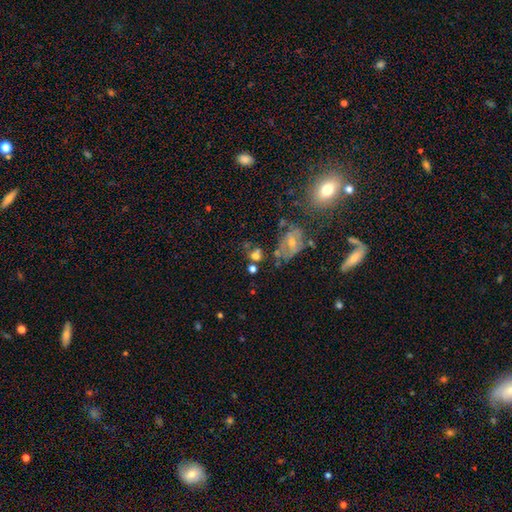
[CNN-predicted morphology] Q: Smooth or featured?
A: smooth (59%); runner-up: featured or disk (24%)
Q: How rounded?
A: round (63%); runner-up: in between (35%)
Q: Merging?
A: none (45%); runner-up: merger (24%)